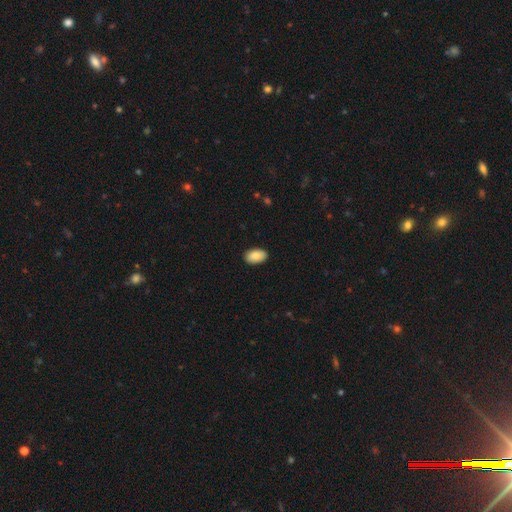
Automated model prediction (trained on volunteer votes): Q: Smooth or featured?
A: smooth (85%); runner-up: featured or disk (8%)
Q: How rounded?
A: in between (94%); runner-up: round (5%)
Q: Merging?
A: none (90%); runner-up: minor disturbance (7%)